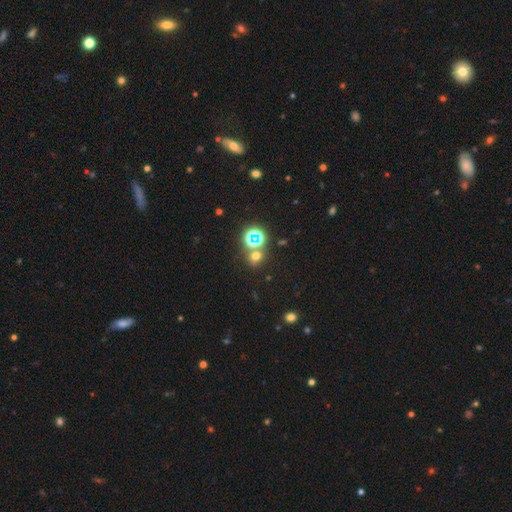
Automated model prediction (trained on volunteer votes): A smooth galaxy with no disk features (50%). Merging: none (71%).